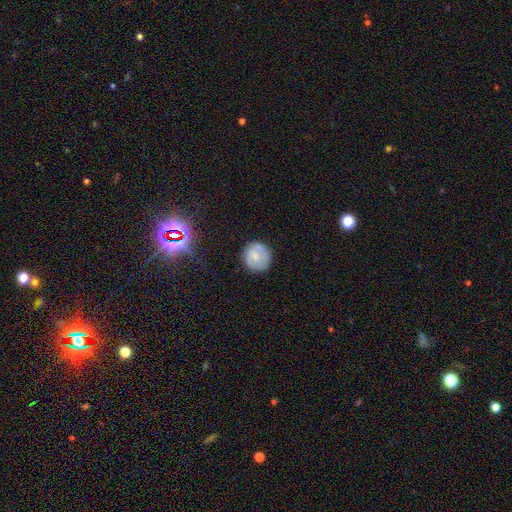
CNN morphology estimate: The model was most divided on "smooth or featured": smooth: 53%, featured or disk: 38%, star or artifact: 8%. More confident: how rounded — round (90%); merging — none (80%).